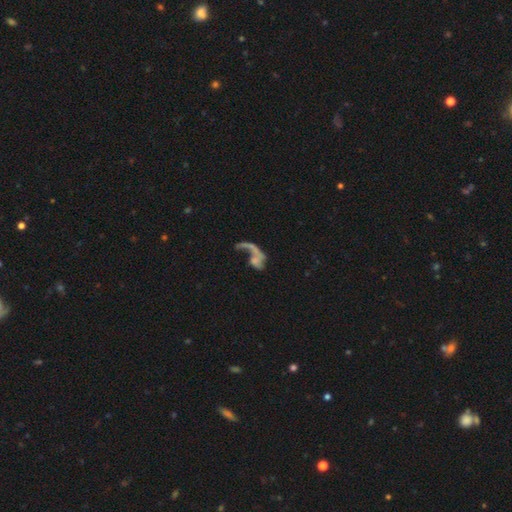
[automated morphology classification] Overall: featured or disk (59%; smooth 28%). Edge-on disk: no (94%). Bar: no (81%). Spiral arms: yes (51%; no 49%). Bulge size: none (52%; small 29%). Merging: major disturbance (44%; merger 23%).